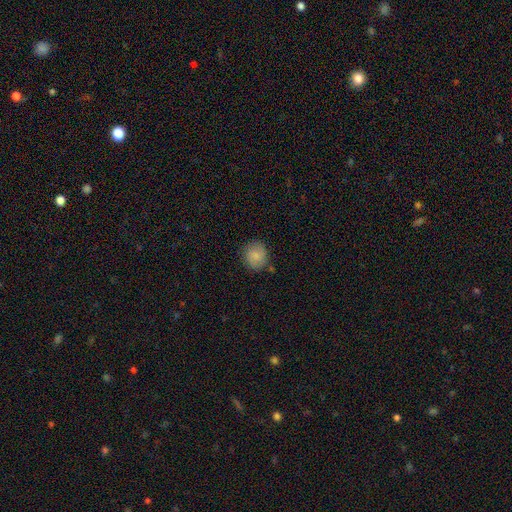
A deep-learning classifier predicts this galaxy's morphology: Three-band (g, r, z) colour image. It shows a smooth galaxy with no disk features (78%) that is round (82%). Merging: none (79%).